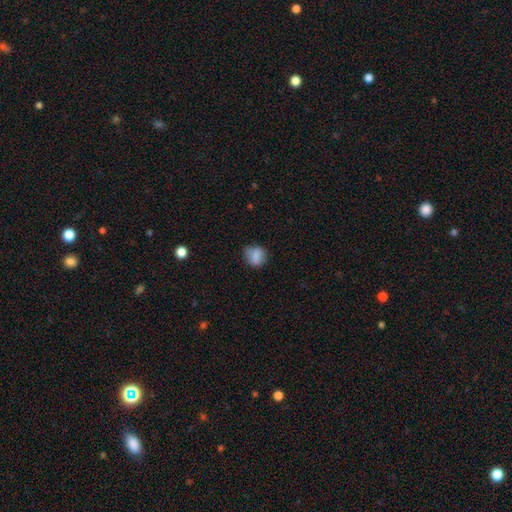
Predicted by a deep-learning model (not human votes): This is clearly a smooth galaxy (80%). How rounded: likely round (66%). Merging: likely none (73%).